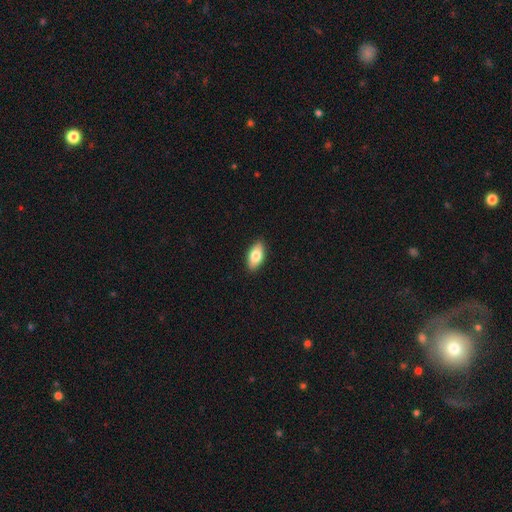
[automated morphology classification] This appears to be a smooth galaxy with no disk features (79%) that is in between round and cigar-shaped (90%). Merging: none (90%).